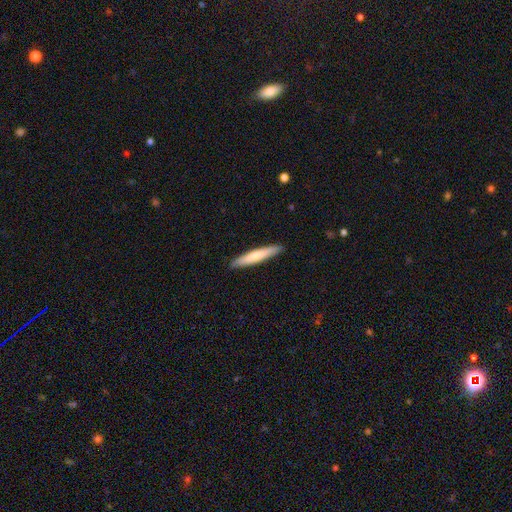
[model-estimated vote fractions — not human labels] Smooth or featured: smooth — 66% (featured or disk — 29%)
How rounded: cigar-shaped — 93% (in between — 6%)
Merging: none — 91% (minor disturbance — 7%)